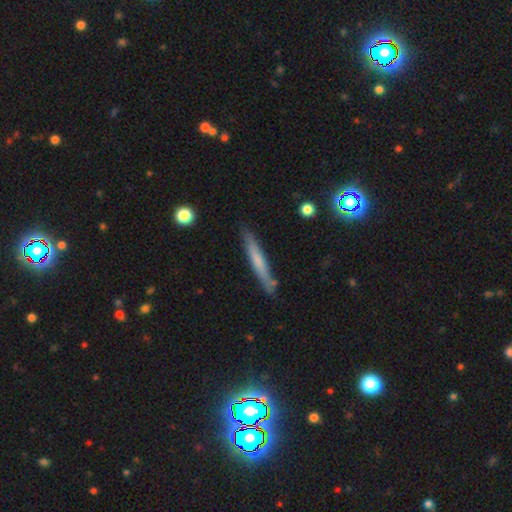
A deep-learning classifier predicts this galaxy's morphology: This is possibly a smooth galaxy (52%). How rounded: clearly cigar-shaped (95%). Merging: clearly none (85%).